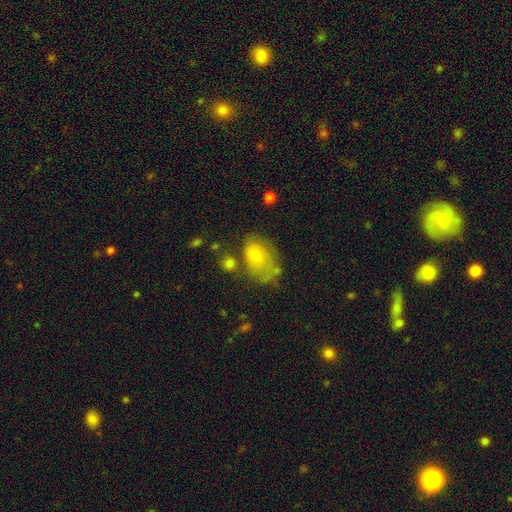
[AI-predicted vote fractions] Overall: smooth (69%). How rounded: in between (81%). Merging: none (45%; minor disturbance 28%).